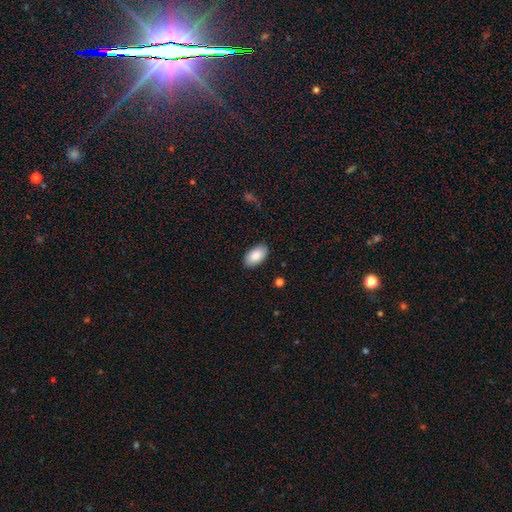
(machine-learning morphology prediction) A smooth galaxy with no disk features (89%) that is in between round and cigar-shaped (95%). Merging: none (87%).